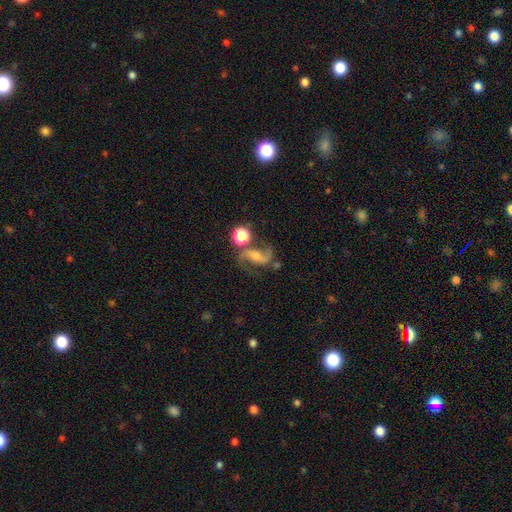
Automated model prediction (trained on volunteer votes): This appears to be a featured or disk galaxy (83%) with no bar (41%), 2 (92%) loose (57%) spiral arms (96%) and a moderate central bulge (41%). Merging: none (64%).